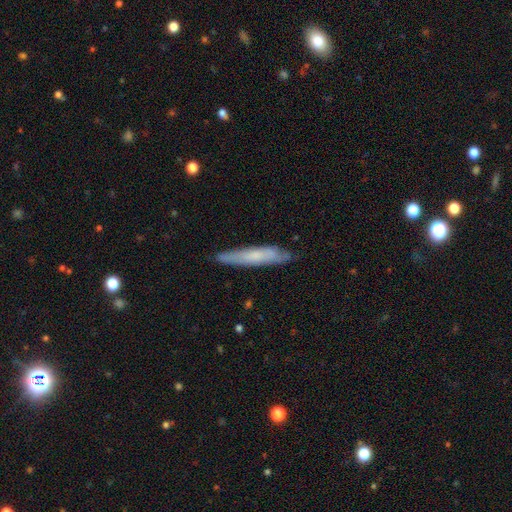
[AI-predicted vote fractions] smooth_or_featured: smooth (p=0.58) [alt: featured or disk p=0.36]
how_rounded: cigar-shaped (p=0.90) [alt: in between p=0.09]
merging: none (p=0.79) [alt: minor disturbance p=0.17]